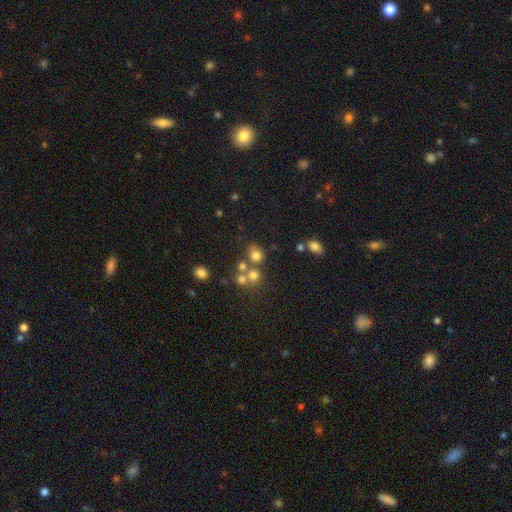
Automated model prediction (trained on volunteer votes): This is likely a smooth galaxy (71%). How rounded: likely round (74%). Merging: possibly none (55%).